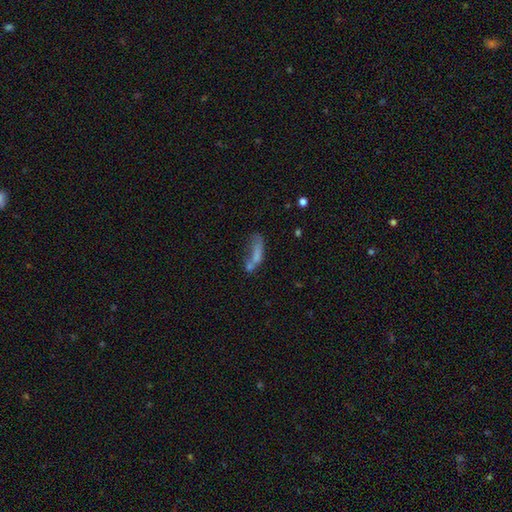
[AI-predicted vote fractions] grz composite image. It shows a smooth galaxy with no disk features (59%) that is cigar-shaped (49%). Merging: merger (35%).